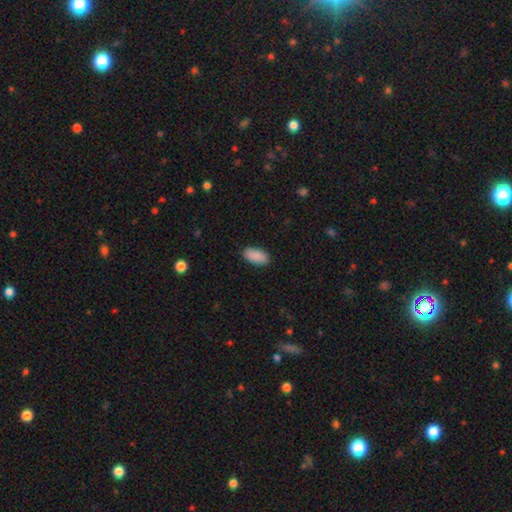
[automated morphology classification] type=smooth (91%); roundness=in between (94%); merging=none (88%).